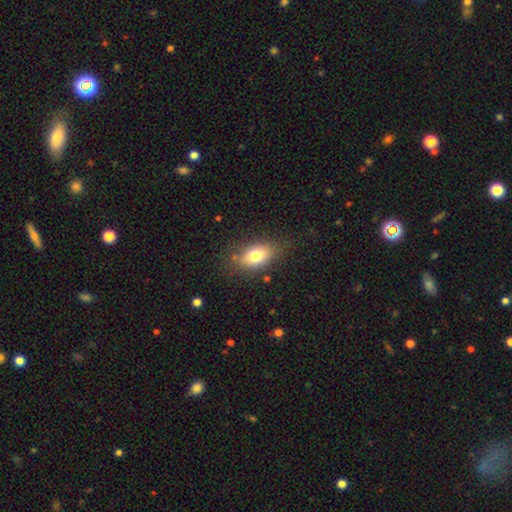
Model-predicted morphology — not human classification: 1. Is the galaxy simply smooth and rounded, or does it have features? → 77% smooth, 14% featured or disk, 9% star or artifact.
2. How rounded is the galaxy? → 85% in between, 11% round, 4% cigar-shaped.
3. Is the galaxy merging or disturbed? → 78% none, 15% minor disturbance, 5% major disturbance, 2% merger.